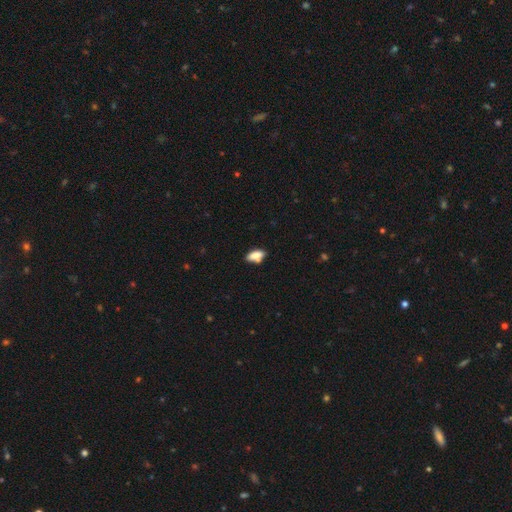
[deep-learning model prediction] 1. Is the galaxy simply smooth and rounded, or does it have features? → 79% smooth, 13% featured or disk, 8% star or artifact.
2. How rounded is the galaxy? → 85% in between, 11% cigar-shaped, 4% round.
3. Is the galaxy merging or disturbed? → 63% none, 21% minor disturbance, 11% merger, 5% major disturbance.